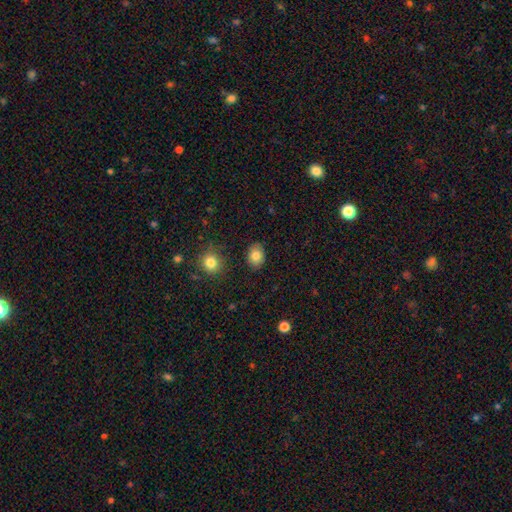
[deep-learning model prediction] This is clearly a smooth galaxy (84%). How rounded: likely in between (63%). Merging: clearly none (87%).